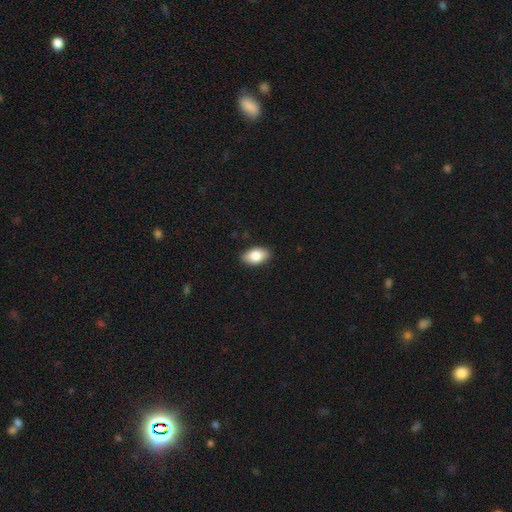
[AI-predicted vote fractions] A smooth galaxy with no disk features (83%) that is in between round and cigar-shaped (92%).

Vote fractions:
- Smooth or featured? smooth: 83% / featured or disk: 10% / star or artifact: 7%
- How rounded? in between: 92% / round: 6% / cigar-shaped: 2%
- Merging? none: 89% / minor disturbance: 9% / major disturbance: 2% / merger: 1%